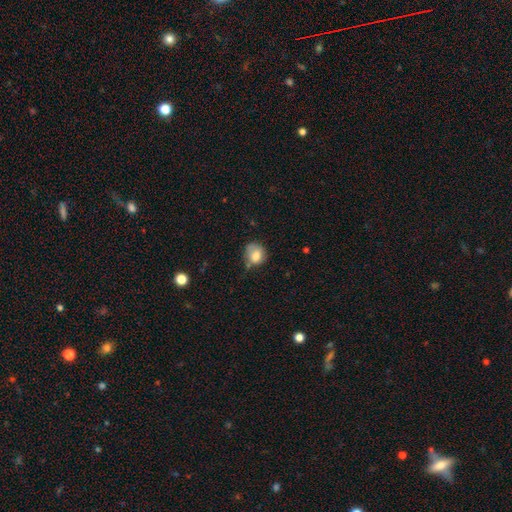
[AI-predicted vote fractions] The model was most divided on "merging": none: 49%, minor disturbance: 32%, major disturbance: 12%, merger: 7%. More confident: smooth or featured — smooth (77%); how rounded — round (68%).